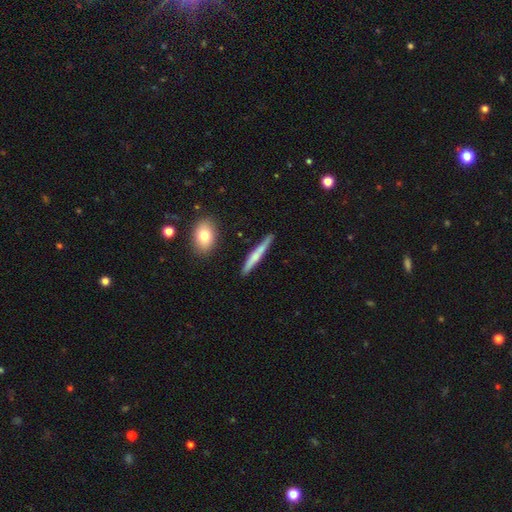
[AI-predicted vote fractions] This appears to be a smooth galaxy with no disk features (50%) that is cigar-shaped (93%). Merging: none (87%).